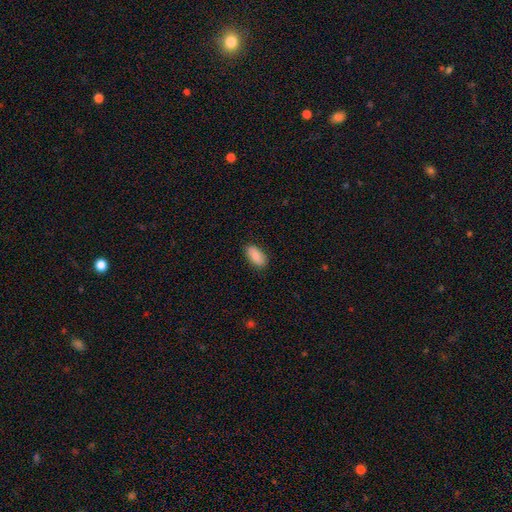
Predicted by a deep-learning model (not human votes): This is clearly a smooth galaxy (82%). How rounded: clearly in between (91%). Merging: clearly none (85%).